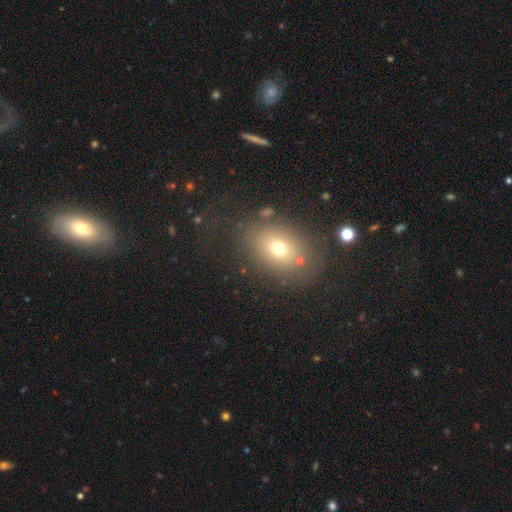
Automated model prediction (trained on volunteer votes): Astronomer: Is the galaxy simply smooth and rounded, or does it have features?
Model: smooth — 61%.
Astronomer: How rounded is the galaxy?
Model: in between — 62%.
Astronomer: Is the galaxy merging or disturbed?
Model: none — 76%.